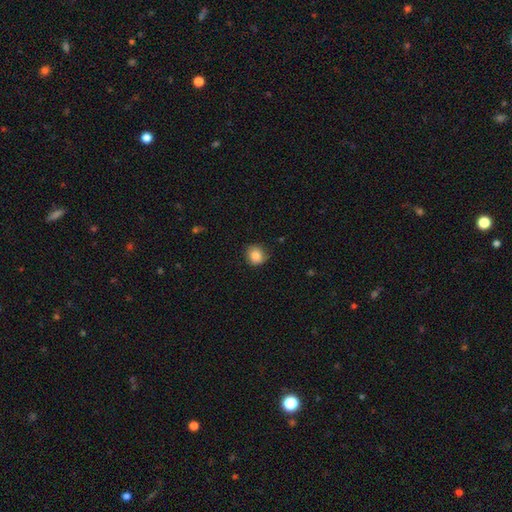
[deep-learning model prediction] Smooth or featured? smooth (84%)
How rounded? round (86%)
Merging? none (75%)